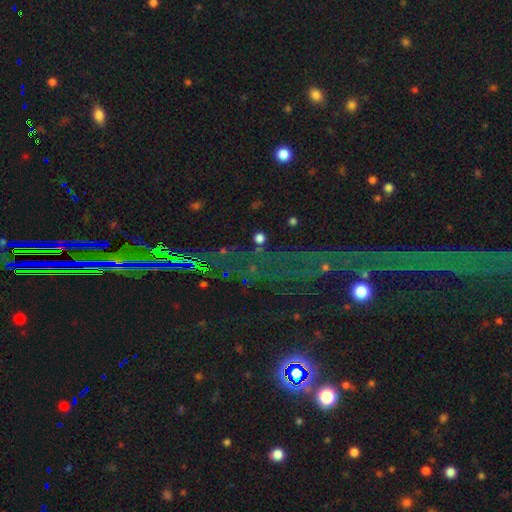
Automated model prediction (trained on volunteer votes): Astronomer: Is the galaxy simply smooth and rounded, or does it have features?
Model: star or artifact — 81%.